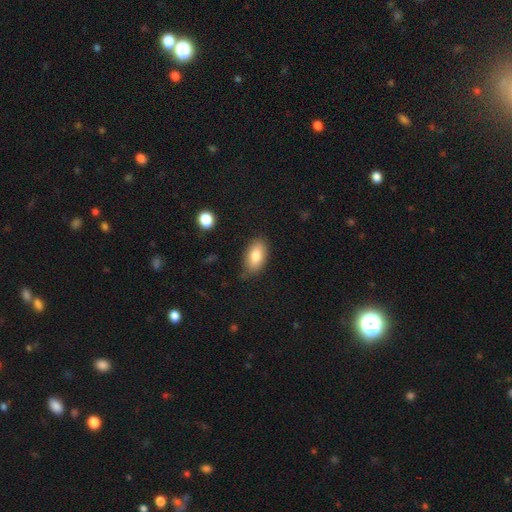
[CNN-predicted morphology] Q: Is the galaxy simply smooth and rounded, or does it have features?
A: smooth — 81%.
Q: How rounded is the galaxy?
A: in between — 92%.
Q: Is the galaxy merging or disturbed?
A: none — 79%.